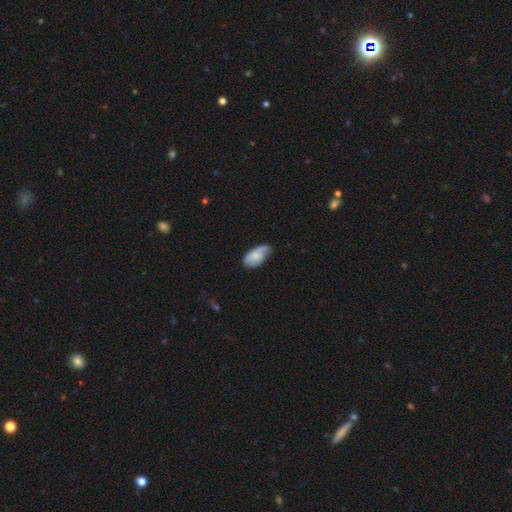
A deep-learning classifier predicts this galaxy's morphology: Smooth or featured? Predicted: smooth (p=0.61). How rounded? Predicted: in between (p=0.93). Merging? Predicted: none (p=0.43).